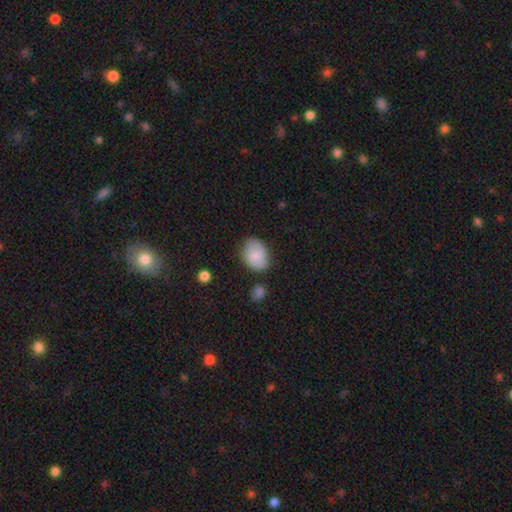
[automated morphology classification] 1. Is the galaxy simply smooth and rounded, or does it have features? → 72% smooth, 21% featured or disk, 7% star or artifact.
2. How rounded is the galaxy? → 67% in between, 32% round, 1% cigar-shaped.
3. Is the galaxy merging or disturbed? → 67% none, 24% minor disturbance, 5% major disturbance, 4% merger.